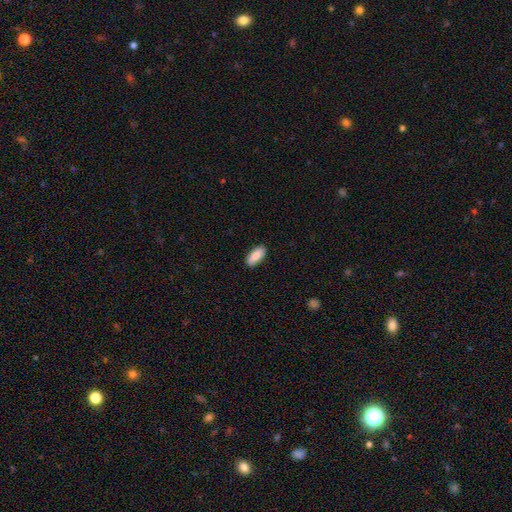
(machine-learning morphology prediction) Smooth or featured? Predicted: smooth (p=0.86). How rounded? Predicted: in between (p=0.83). Merging? Predicted: none (p=0.89).